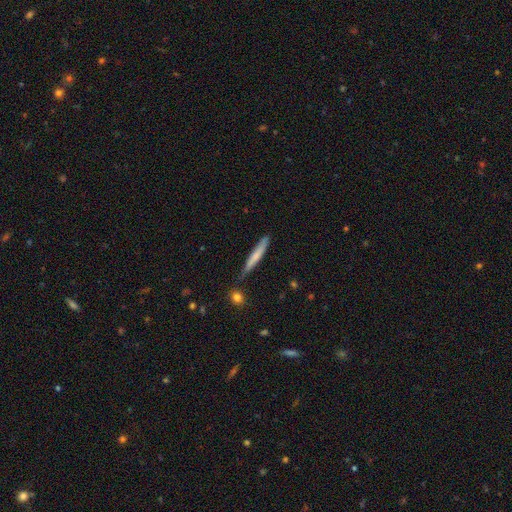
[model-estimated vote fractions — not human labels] smooth 66%, featured or disk 28%, star or artifact 6%. Down the decision tree: how rounded — cigar-shaped (95%); merging — none (78%).